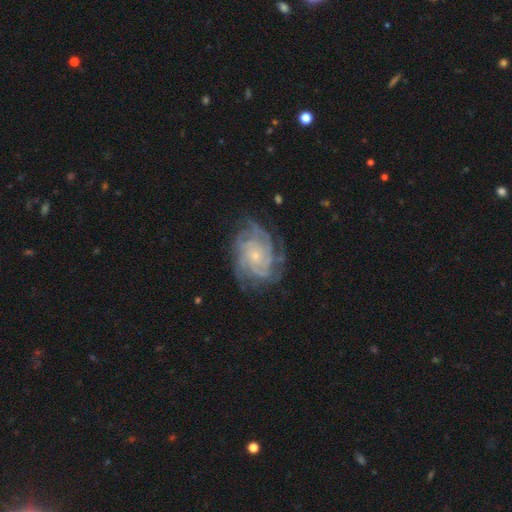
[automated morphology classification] Smooth or featured? Predicted: featured or disk (p=0.87). Edge-on disk? Predicted: no (p=0.97). Bar? Predicted: no (p=0.79). Spiral arms? Predicted: yes (p=0.97). Spiral winding? Predicted: tight (p=0.68). Spiral arm count? Predicted: 4 (p=0.30). Bulge size? Predicted: small (p=0.80). Merging? Predicted: none (p=0.75).